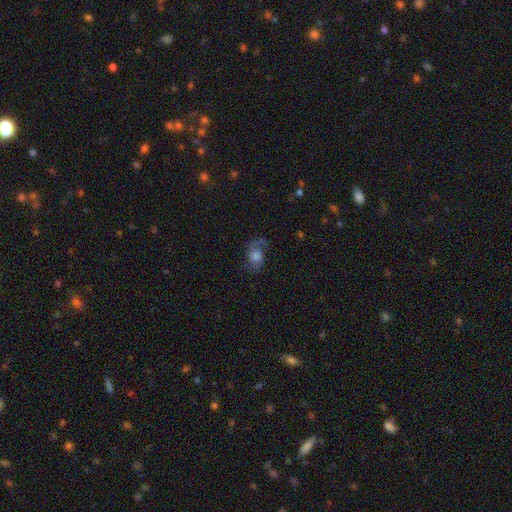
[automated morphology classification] Smooth or featured? featured or disk (52%)
Edge-on disk? no (94%)
Merging? none (62%)